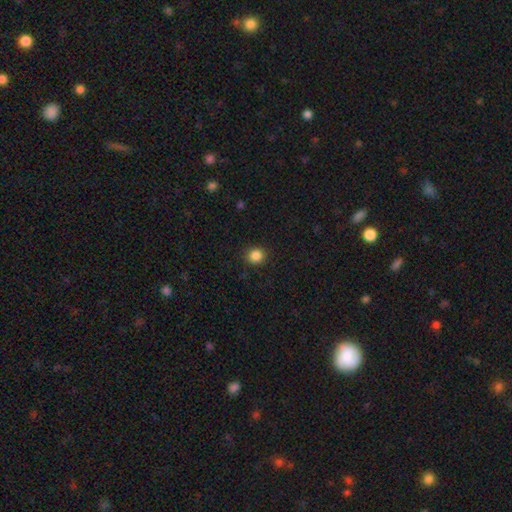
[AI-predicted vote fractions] Q: Smooth or featured?
A: smooth (86%); runner-up: star or artifact (11%)
Q: How rounded?
A: round (85%); runner-up: in between (14%)
Q: Merging?
A: none (90%); runner-up: minor disturbance (6%)